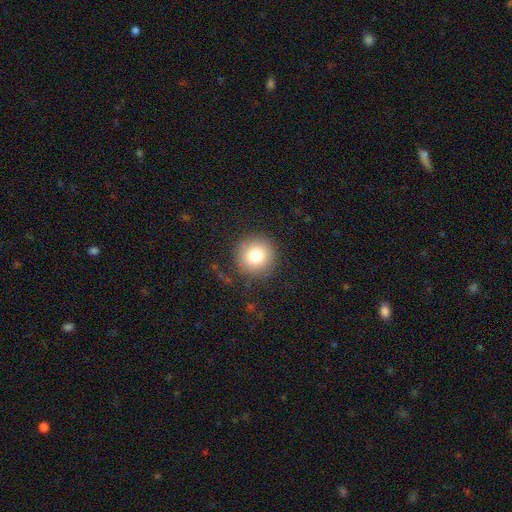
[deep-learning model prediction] Smooth or featured?
  - smooth: 80% *
  - star or artifact: 11%
  - featured or disk: 9%
How rounded?
  - round: 95% *
  - in between: 4%
  - cigar-shaped: 1%
Merging?
  - none: 86% *
  - minor disturbance: 9%
  - major disturbance: 3%
  - merger: 1%